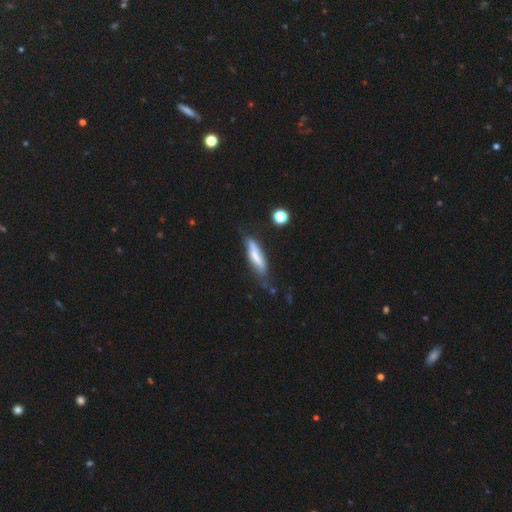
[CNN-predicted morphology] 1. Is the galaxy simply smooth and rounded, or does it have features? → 53% smooth, 40% featured or disk, 7% star or artifact.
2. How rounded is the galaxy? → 74% cigar-shaped, 24% in between, 2% round.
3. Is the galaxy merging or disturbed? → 55% none, 31% minor disturbance, 10% major disturbance, 5% merger.